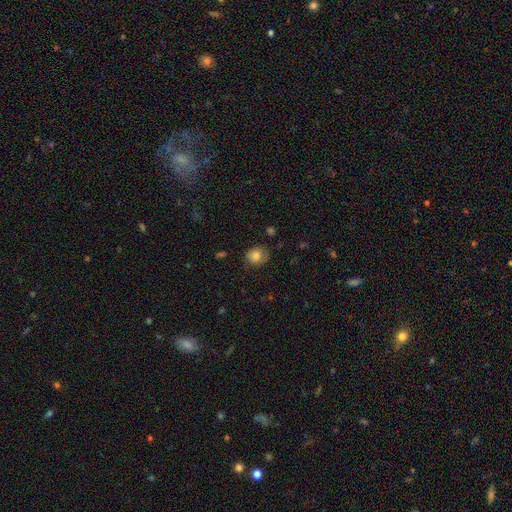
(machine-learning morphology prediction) Smooth or featured?
  - smooth: 80% *
  - featured or disk: 10%
  - star or artifact: 9%
How rounded?
  - round: 68% *
  - in between: 31%
  - cigar-shaped: 1%
Merging?
  - none: 73% *
  - minor disturbance: 20%
  - major disturbance: 5%
  - merger: 1%